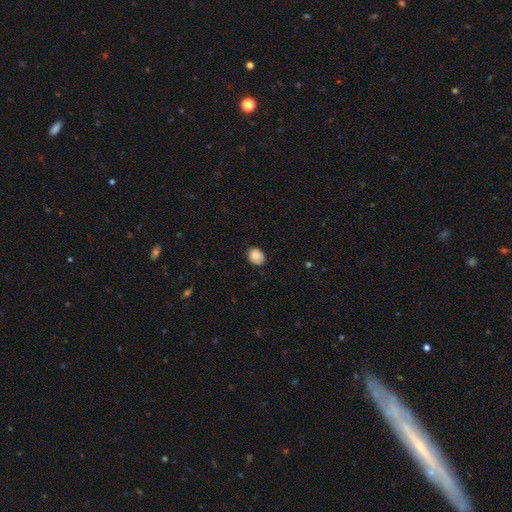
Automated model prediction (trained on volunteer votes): A smooth galaxy with no disk features (87%) that is in between round and cigar-shaped (51%). Merging: none (77%).